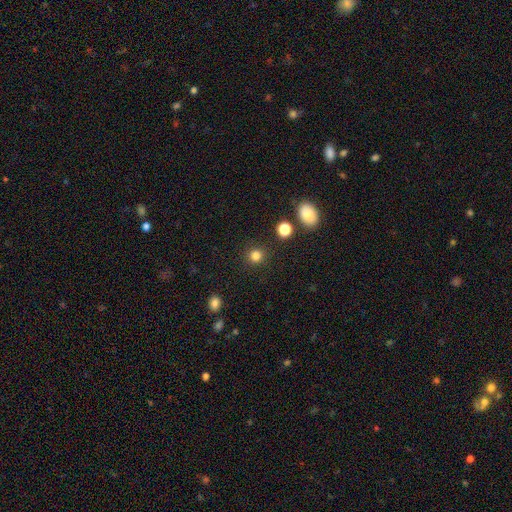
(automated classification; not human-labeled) smooth 82%, star or artifact 14%, featured or disk 4%. Down the decision tree: how rounded — round (90%); merging — none (89%).